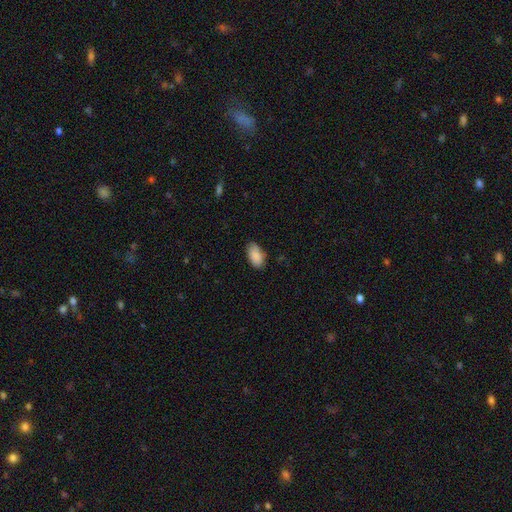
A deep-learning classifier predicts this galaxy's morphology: smooth_or_featured: smooth (p=0.90) [alt: star or artifact p=0.07]
how_rounded: in between (p=0.95) [alt: round p=0.03]
merging: none (p=0.83) [alt: minor disturbance p=0.14]